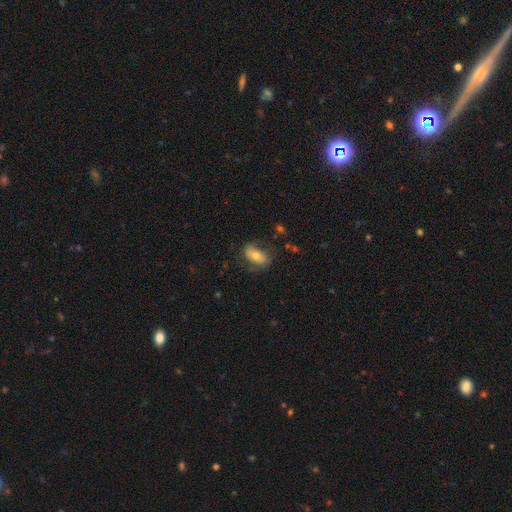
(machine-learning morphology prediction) The model was most divided on "smooth or featured": smooth: 63%, featured or disk: 29%, star or artifact: 8%. More confident: how rounded — in between (88%); merging — none (68%).